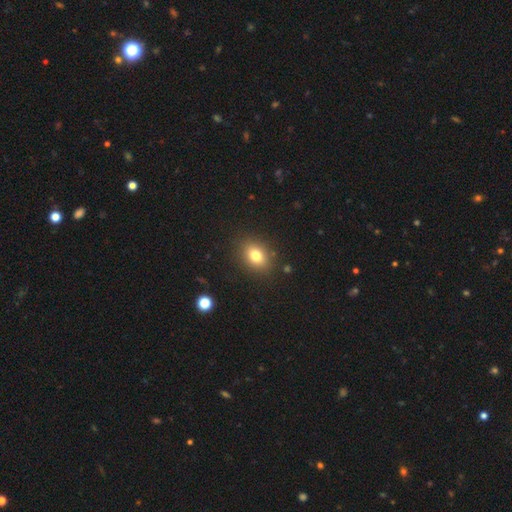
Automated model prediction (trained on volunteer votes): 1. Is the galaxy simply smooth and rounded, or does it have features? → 78% smooth, 12% star or artifact, 10% featured or disk.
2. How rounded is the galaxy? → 63% in between, 36% round, 1% cigar-shaped.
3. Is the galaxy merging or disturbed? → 87% none, 9% minor disturbance, 3% major disturbance, 1% merger.